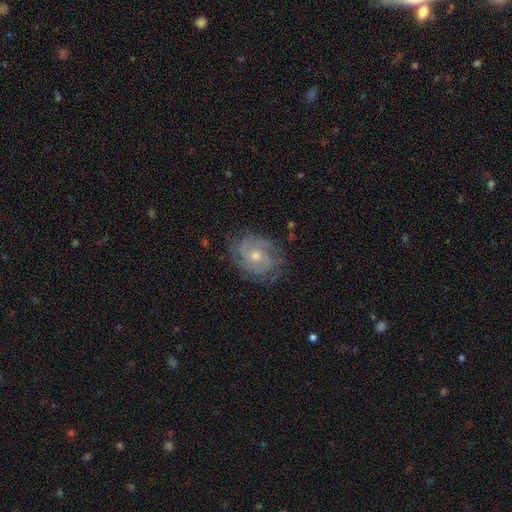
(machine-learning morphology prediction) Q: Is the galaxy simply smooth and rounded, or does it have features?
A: featured or disk — 82%.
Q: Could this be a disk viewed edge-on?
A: no — 97%.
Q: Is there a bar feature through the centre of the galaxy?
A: no — 74%.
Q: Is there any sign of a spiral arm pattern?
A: yes — 94%.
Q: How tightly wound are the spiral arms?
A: tight — 59%.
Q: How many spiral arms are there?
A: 2 — 42%.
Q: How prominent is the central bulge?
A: moderate — 49%.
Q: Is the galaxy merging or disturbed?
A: none — 75%.